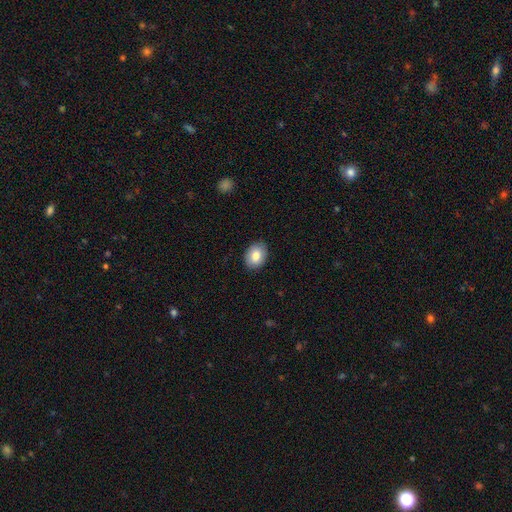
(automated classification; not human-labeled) Smooth or featured? smooth (83%)
How rounded? in between (71%)
Merging? none (88%)